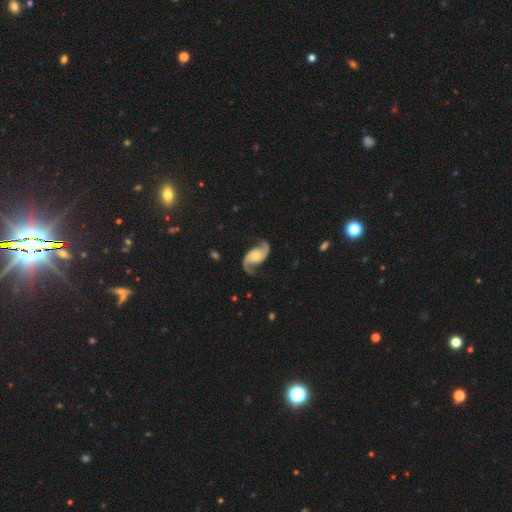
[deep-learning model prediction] Q: Smooth or featured?
A: featured or disk (91%); runner-up: smooth (5%)
Q: Edge-on disk?
A: no (98%); runner-up: yes (2%)
Q: Bar?
A: no (68%); runner-up: weak (24%)
Q: Spiral arms?
A: yes (98%); runner-up: no (2%)
Q: Spiral winding?
A: loose (50%); runner-up: medium (39%)
Q: Spiral arm count?
A: 2 (94%); runner-up: 1 (2%)
Q: Bulge size?
A: small (54%); runner-up: moderate (33%)
Q: Merging?
A: none (77%); runner-up: minor disturbance (14%)